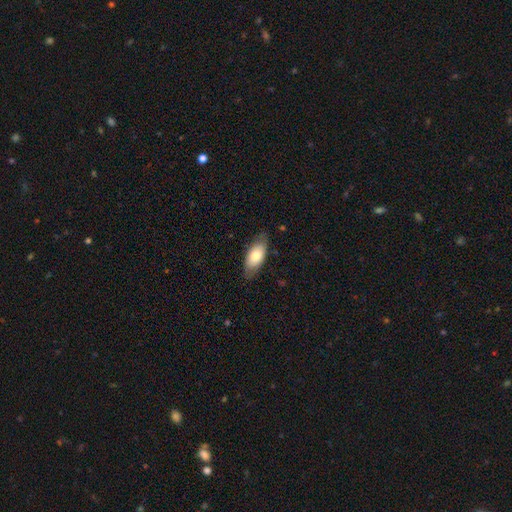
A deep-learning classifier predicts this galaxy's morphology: smooth-or-featured: smooth: 73% | featured or disk: 22% | star or artifact: 6%
  how-rounded: in between: 89% | cigar-shaped: 8% | round: 3%
  merging: none: 78% | minor disturbance: 17% | major disturbance: 4% | merger: 1%